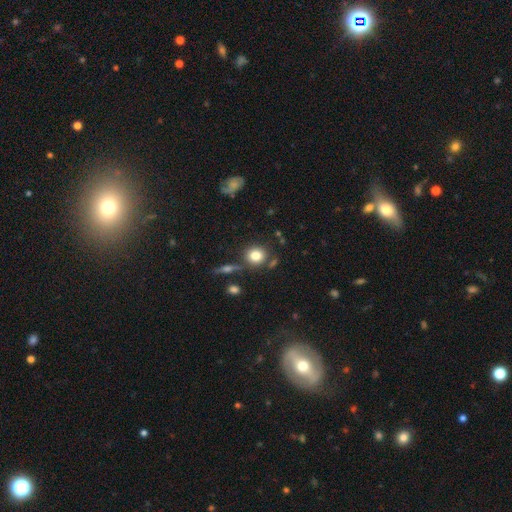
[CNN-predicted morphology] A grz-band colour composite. It shows a smooth galaxy with no disk features (79%) that is round (83%). Merging: none (77%).